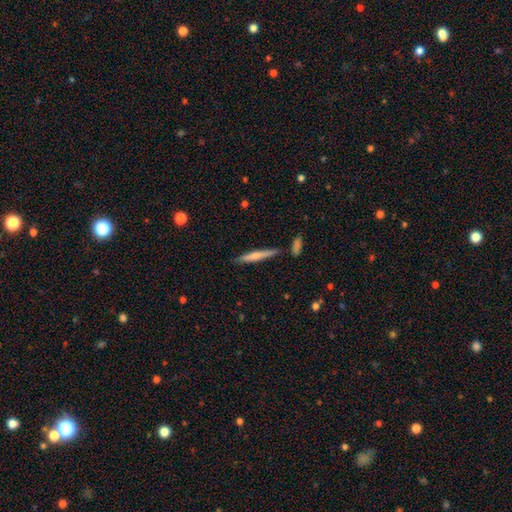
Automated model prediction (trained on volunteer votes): A smooth galaxy with no disk features (60%) that is cigar-shaped (94%).

Vote fractions:
- Smooth or featured? smooth: 60% / featured or disk: 34% / star or artifact: 6%
- How rounded? cigar-shaped: 94% / in between: 4% / round: 1%
- Merging? none: 80% / minor disturbance: 11% / merger: 6% / major disturbance: 3%